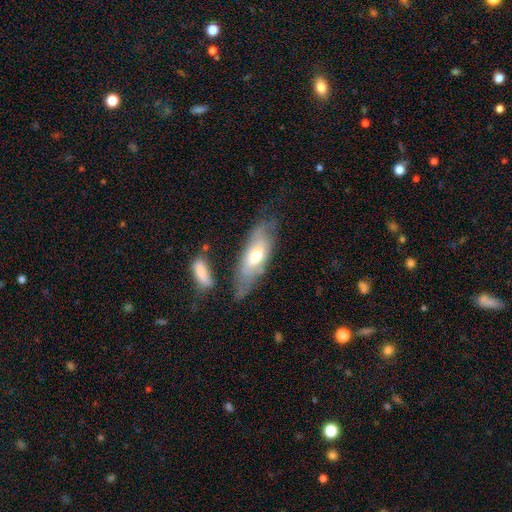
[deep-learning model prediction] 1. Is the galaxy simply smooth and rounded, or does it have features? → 48% smooth, 46% featured or disk, 6% star or artifact.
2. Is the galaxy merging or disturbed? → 55% none, 26% minor disturbance, 12% major disturbance, 8% merger.